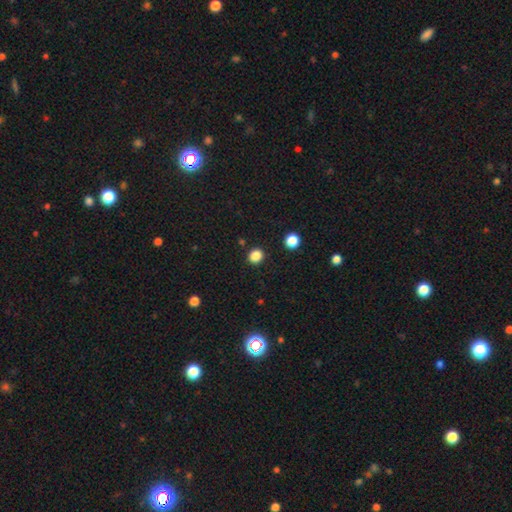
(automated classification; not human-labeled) This is clearly a smooth galaxy (85%). How rounded: clearly round (80%). Merging: clearly none (90%).